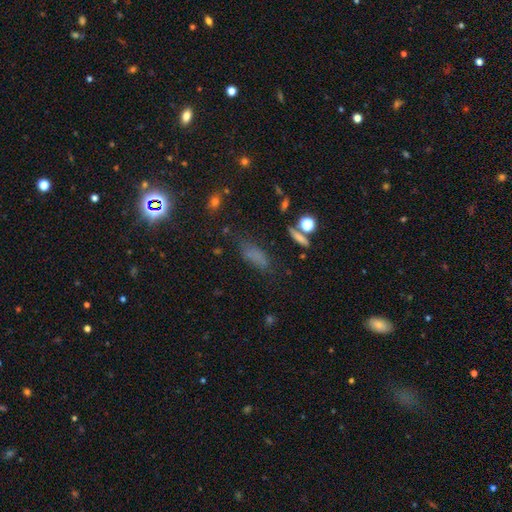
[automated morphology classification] The model was most divided on "how rounded": in between: 57%, cigar-shaped: 36%, round: 7%. More confident: smooth or featured — smooth (62%); merging — none (60%).